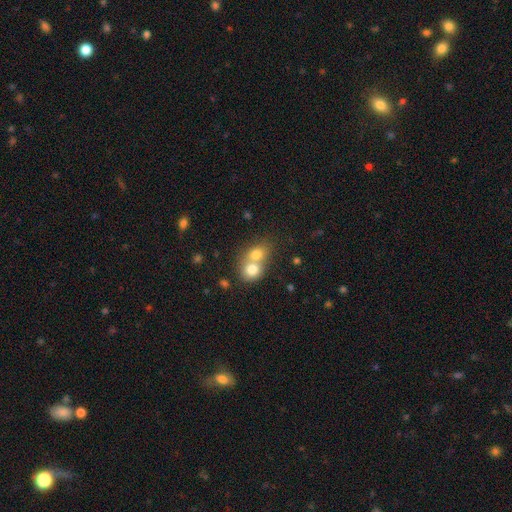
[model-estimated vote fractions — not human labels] smooth 72%, featured or disk 17%, star or artifact 11%. Down the decision tree: how rounded — round (65%); merging — merger (70%).